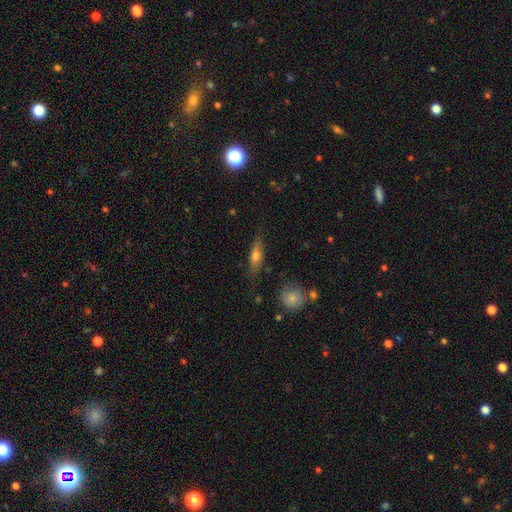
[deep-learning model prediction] Smooth or featured: smooth — 58% (featured or disk — 34%)
How rounded: cigar-shaped — 52% (in between — 44%)
Merging: none — 75% (minor disturbance — 18%)